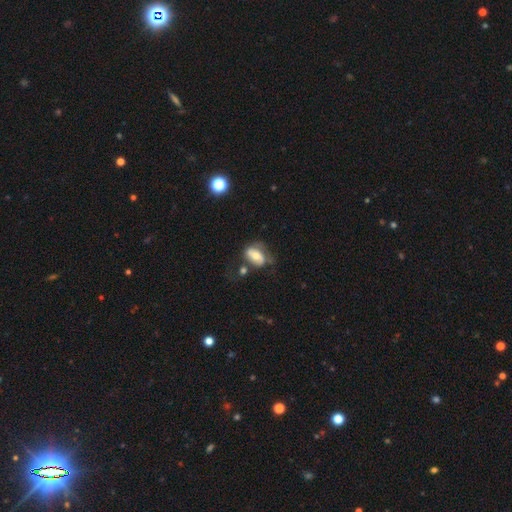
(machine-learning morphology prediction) smooth-or-featured: smooth: 51% | featured or disk: 40% | star or artifact: 8%
  how-rounded: in between: 85% | round: 13% | cigar-shaped: 2%
  merging: none: 39% | minor disturbance: 27% | major disturbance: 21% | merger: 13%